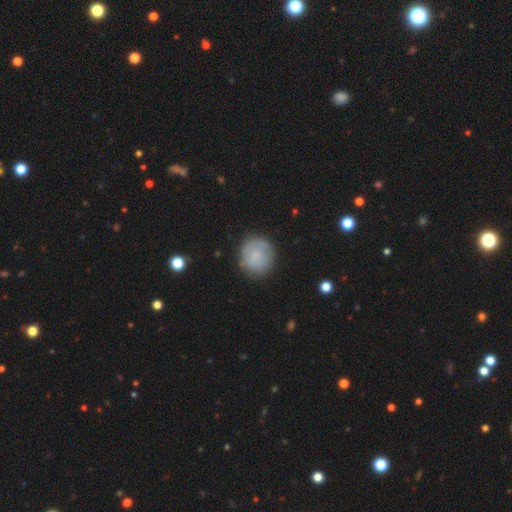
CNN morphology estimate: Q: Smooth or featured?
A: smooth (68%); runner-up: featured or disk (24%)
Q: How rounded?
A: round (89%); runner-up: in between (10%)
Q: Merging?
A: none (76%); runner-up: minor disturbance (16%)